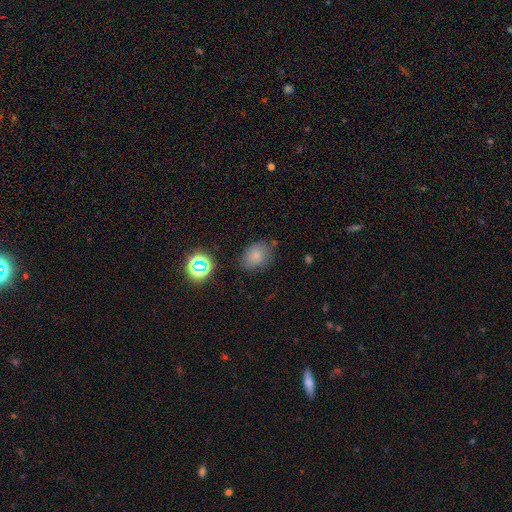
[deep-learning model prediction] A smooth galaxy with no disk features (76%) that is in between round and cigar-shaped (60%). Merging: none (70%).